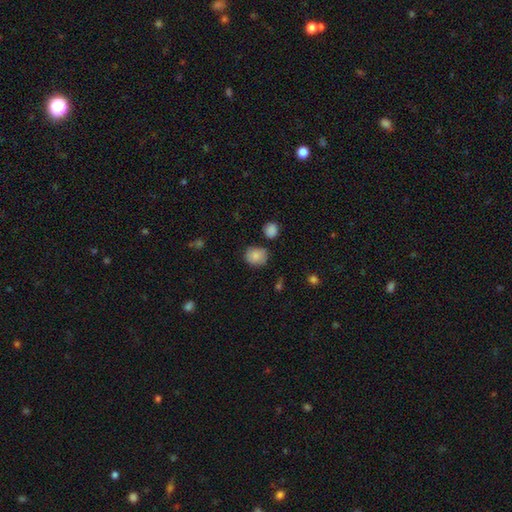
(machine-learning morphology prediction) smooth 84%, star or artifact 9%, featured or disk 7%. Down the decision tree: how rounded — round (67%); merging — none (71%).